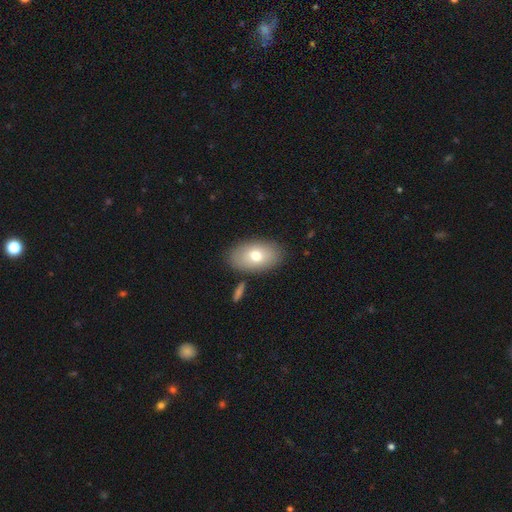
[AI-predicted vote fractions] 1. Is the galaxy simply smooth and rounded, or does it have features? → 74% smooth, 19% featured or disk, 7% star or artifact.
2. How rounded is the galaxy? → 92% in between, 7% round, 1% cigar-shaped.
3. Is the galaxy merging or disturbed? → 84% none, 10% minor disturbance, 3% merger, 3% major disturbance.